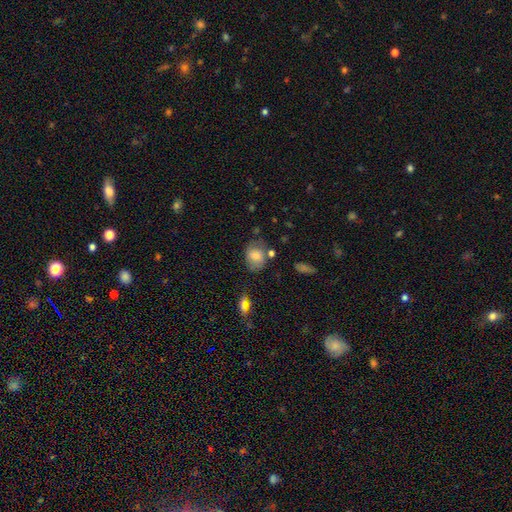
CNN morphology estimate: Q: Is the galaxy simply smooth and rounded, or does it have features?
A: smooth — 68%.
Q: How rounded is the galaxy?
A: in between — 58%.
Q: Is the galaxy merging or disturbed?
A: none — 57%.